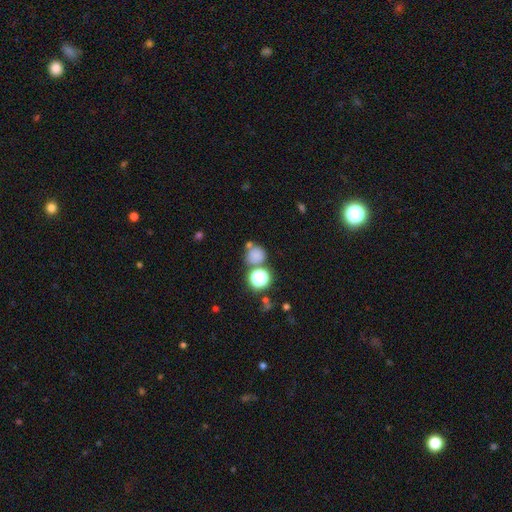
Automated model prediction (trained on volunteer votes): smooth-or-featured: smooth: 72% | star or artifact: 21% | featured or disk: 7%
  how-rounded: round: 84% | in between: 15% | cigar-shaped: 1%
  merging: none: 59% | merger: 24% | minor disturbance: 12% | major disturbance: 5%